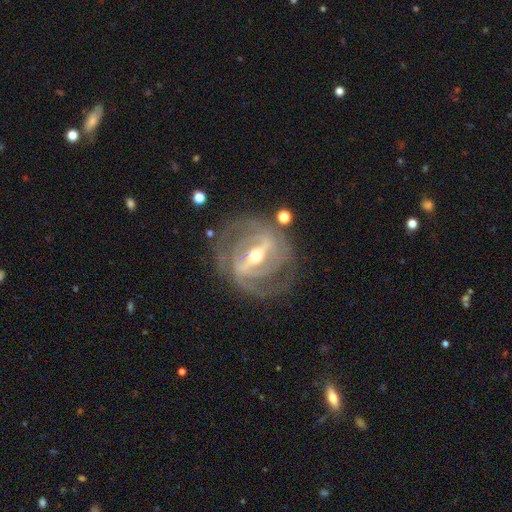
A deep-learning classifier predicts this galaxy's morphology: A featured or disk galaxy (90%) with a strong bar (73%), 2 (42%) tight (56%) spiral arms (91%) and a moderate central bulge (56%). Merging: none (75%).